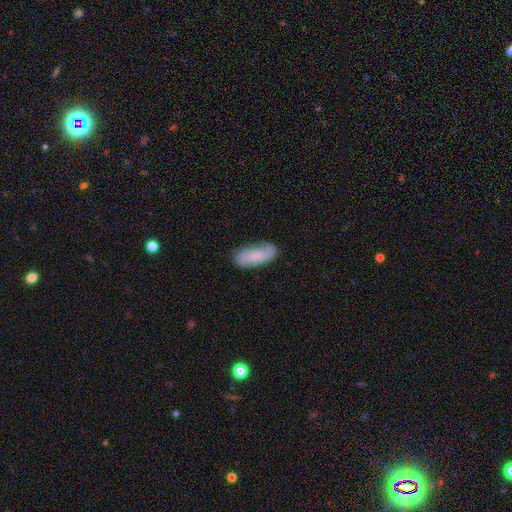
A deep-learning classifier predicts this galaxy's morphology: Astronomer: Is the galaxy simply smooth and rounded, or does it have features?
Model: smooth — 67%.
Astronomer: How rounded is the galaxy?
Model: in between — 77%.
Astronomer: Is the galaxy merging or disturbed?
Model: none — 78%.